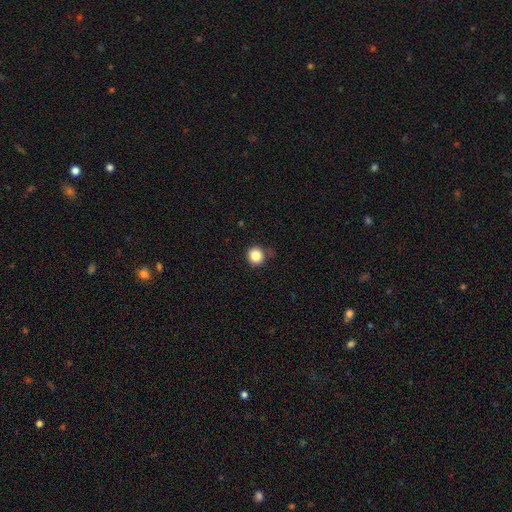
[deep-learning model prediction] Smooth or featured: smooth — 84% (star or artifact — 11%)
How rounded: round — 93% (in between — 6%)
Merging: none — 84% (minor disturbance — 12%)